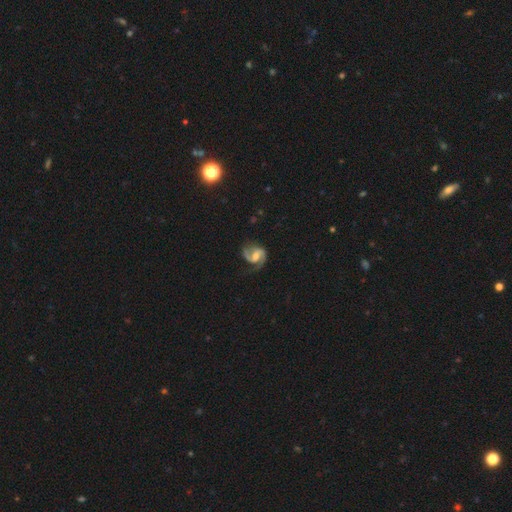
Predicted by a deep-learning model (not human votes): Overall: featured or disk (88%). Edge-on disk: no (98%). Bar: weak (52%; no 28%). Spiral arms: yes (98%). Spiral arm count: 2 (91%). Spiral winding: medium (57%; loose 24%). Bulge size: moderate (51%; small 32%). Merging: none (72%).